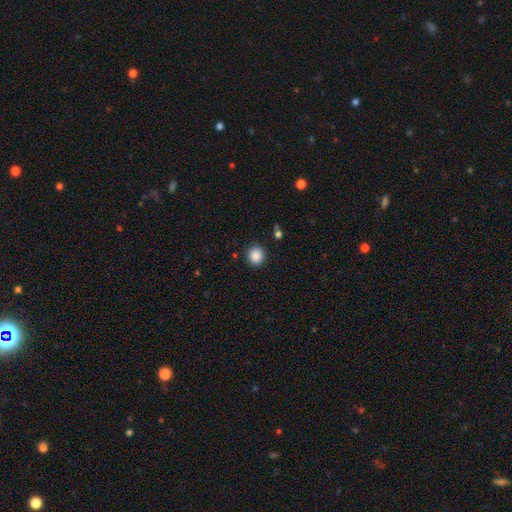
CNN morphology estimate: Smooth or featured? Predicted: smooth (p=0.88). How rounded? Predicted: round (p=0.86). Merging? Predicted: none (p=0.89).